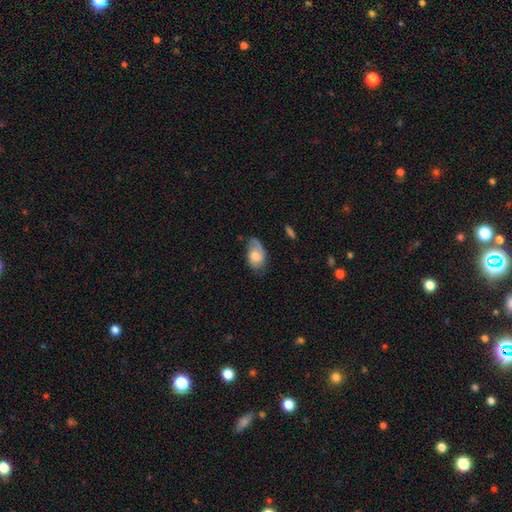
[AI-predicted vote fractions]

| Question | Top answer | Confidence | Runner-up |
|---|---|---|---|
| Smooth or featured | smooth | 60% | featured or disk (33%) |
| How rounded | in between | 89% | round (9%) |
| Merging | none | 47% | minor disturbance (34%) |